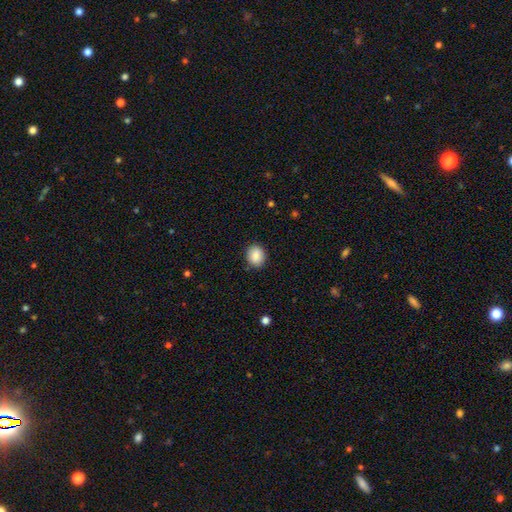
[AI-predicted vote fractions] smooth_or_featured: smooth (p=0.88) [alt: star or artifact p=0.08]
how_rounded: round (p=0.64) [alt: in between p=0.35]
merging: none (p=0.88) [alt: minor disturbance p=0.09]